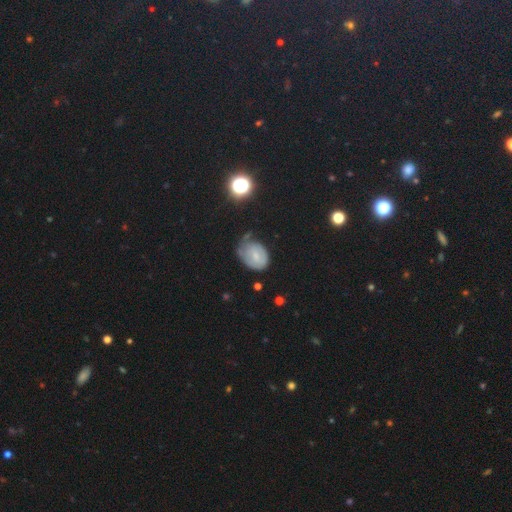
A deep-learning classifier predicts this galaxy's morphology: A smooth galaxy with no disk features (53%) that is in between round and cigar-shaped (64%).

Vote fractions:
- Smooth or featured? smooth: 53% / featured or disk: 35% / star or artifact: 11%
- How rounded? in between: 64% / round: 35% / cigar-shaped: 1%
- Merging? none: 43% / minor disturbance: 39% / major disturbance: 15% / merger: 4%